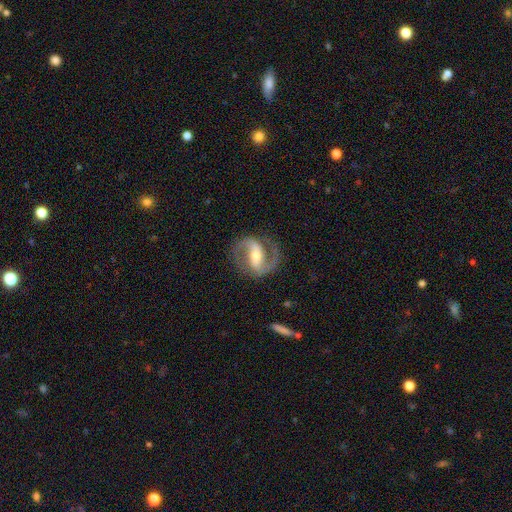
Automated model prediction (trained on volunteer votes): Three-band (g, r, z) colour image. It shows a featured or disk galaxy (90%) with a strong bar (58%), 2 (92%) medium (58%) spiral arms (97%) and a moderate central bulge (58%). Merging: none (83%).